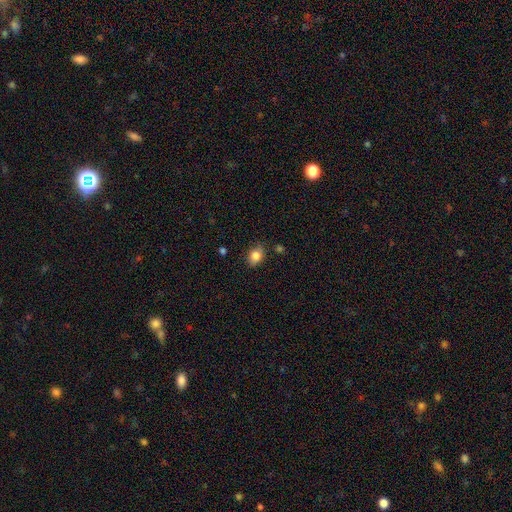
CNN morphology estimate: This is clearly a smooth galaxy (83%). How rounded: likely in between (69%). Merging: clearly none (80%).